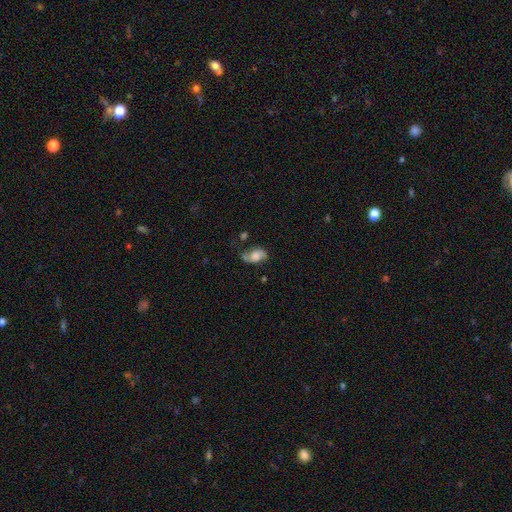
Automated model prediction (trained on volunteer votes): A smooth galaxy with no disk features (49%). Merging: none (51%).